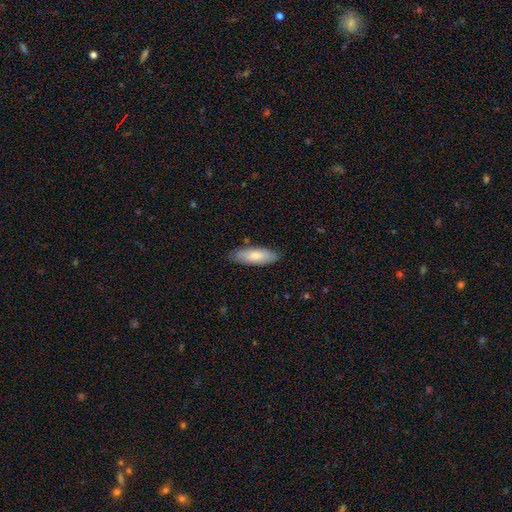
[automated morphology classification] A smooth galaxy with no disk features (76%) that is in between round and cigar-shaped (64%).

Vote fractions:
- Smooth or featured? smooth: 76% / featured or disk: 19% / star or artifact: 5%
- How rounded? in between: 64% / cigar-shaped: 34% / round: 2%
- Merging? none: 82% / minor disturbance: 14% / major disturbance: 2% / merger: 1%